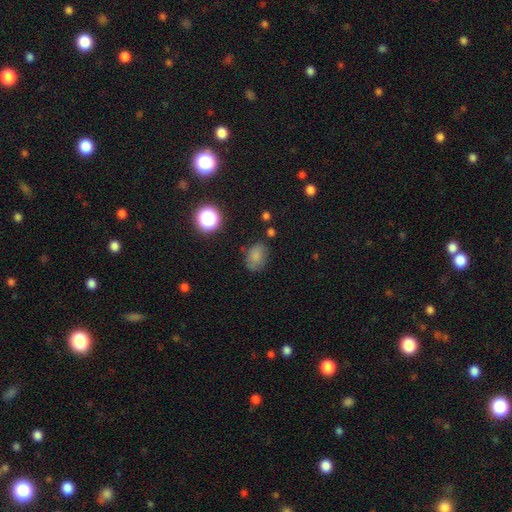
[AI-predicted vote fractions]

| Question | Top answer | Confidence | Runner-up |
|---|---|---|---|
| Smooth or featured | smooth | 76% | star or artifact (13%) |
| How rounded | in between | 70% | round (29%) |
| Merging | none | 68% | minor disturbance (22%) |